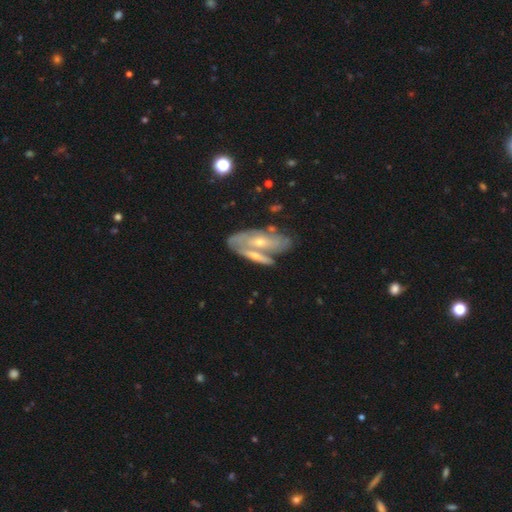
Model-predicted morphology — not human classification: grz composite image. It shows a featured or disk galaxy (62%). Merging: merger (43%).